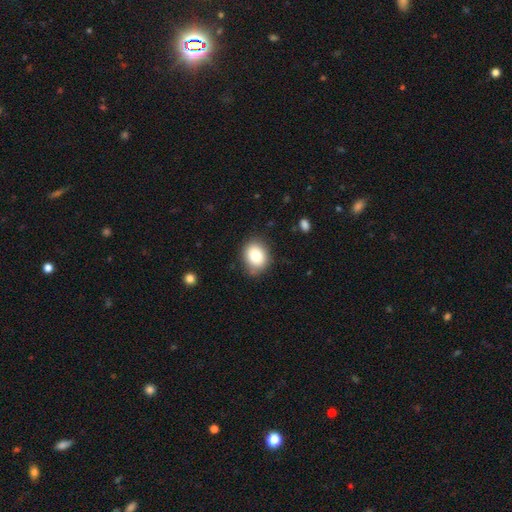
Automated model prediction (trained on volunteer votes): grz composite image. It shows a smooth galaxy with no disk features (83%) that is round (50%). Merging: none (82%).